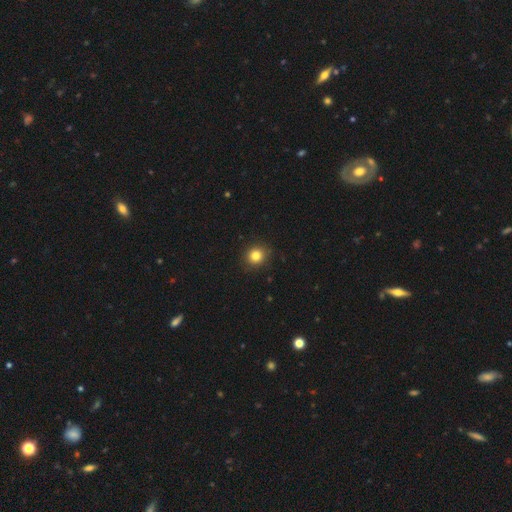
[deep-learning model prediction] This appears to be a smooth galaxy with no disk features (82%) that is round (86%). Merging: none (89%).